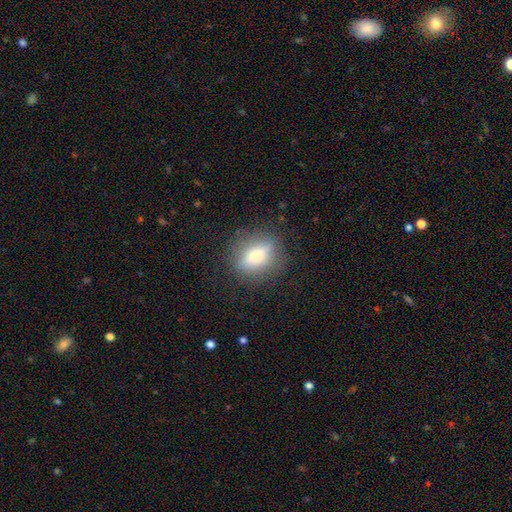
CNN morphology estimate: The model was most divided on "how rounded": in between: 58%, round: 27%, cigar-shaped: 15%. More confident: merging — none (82%); smooth or featured — smooth (65%).